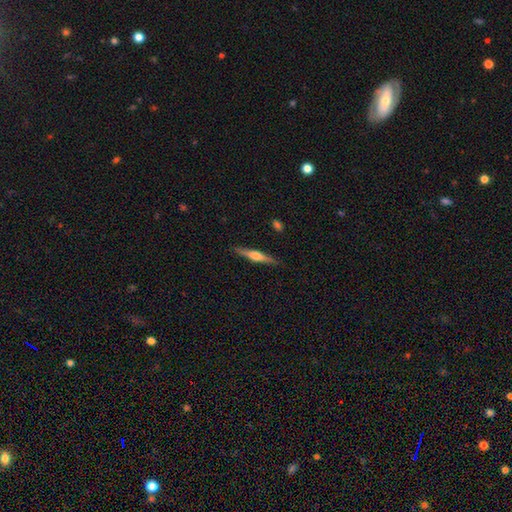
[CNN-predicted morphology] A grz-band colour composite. It shows a featured or disk galaxy (64%) viewed edge-on (98%) with a rounded central bulge (85%). Merging: none (90%).